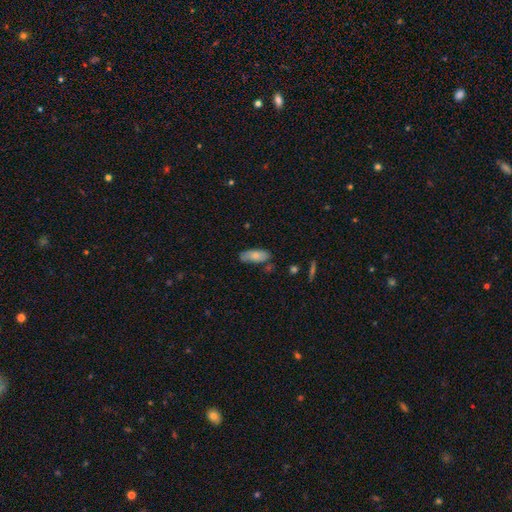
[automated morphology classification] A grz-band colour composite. It shows a smooth galaxy with no disk features (76%) that is in between round and cigar-shaped (81%). Merging: none (70%).